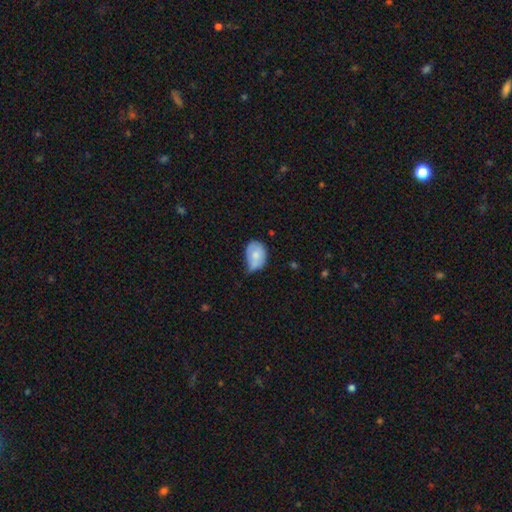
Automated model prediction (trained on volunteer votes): Q: Smooth or featured?
A: smooth (72%); runner-up: featured or disk (21%)
Q: How rounded?
A: in between (68%); runner-up: round (31%)
Q: Merging?
A: minor disturbance (53%); runner-up: none (27%)